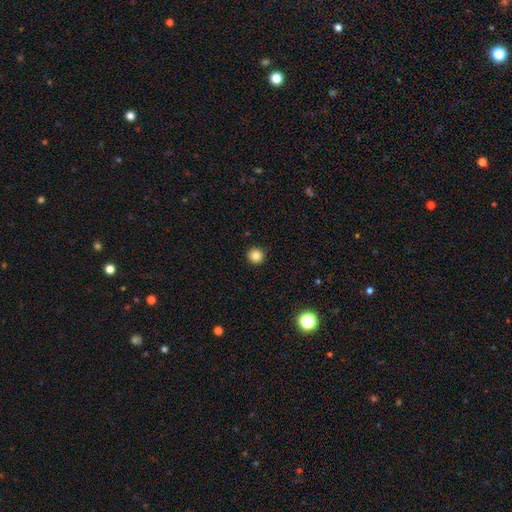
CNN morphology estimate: Q: Smooth or featured?
A: smooth (84%); runner-up: star or artifact (11%)
Q: How rounded?
A: round (95%); runner-up: in between (4%)
Q: Merging?
A: none (92%); runner-up: minor disturbance (6%)